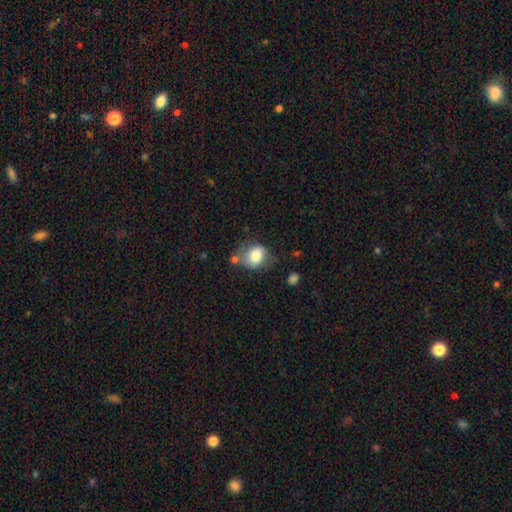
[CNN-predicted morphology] A smooth galaxy with no disk features (74%) that is round (52%). Merging: none (54%).